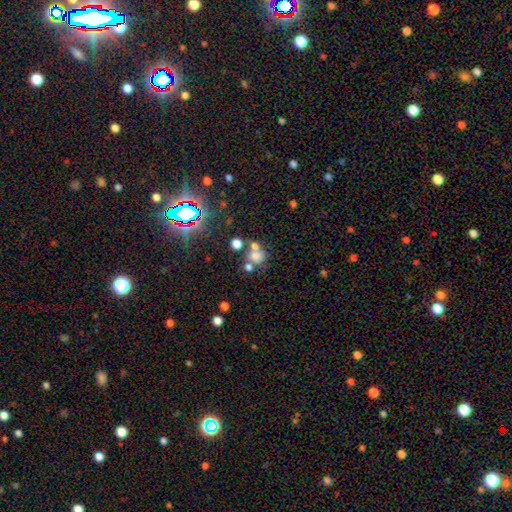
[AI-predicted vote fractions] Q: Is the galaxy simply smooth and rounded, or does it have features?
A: smooth — 66%.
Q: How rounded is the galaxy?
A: round — 80%.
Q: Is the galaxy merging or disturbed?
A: none — 48%.